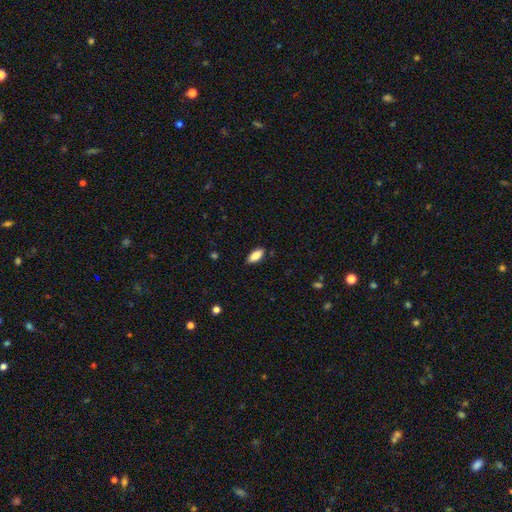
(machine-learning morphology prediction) Smooth or featured?
  - smooth: 86% *
  - featured or disk: 7%
  - star or artifact: 7%
How rounded?
  - in between: 84% *
  - cigar-shaped: 14%
  - round: 2%
Merging?
  - none: 85% *
  - minor disturbance: 12%
  - major disturbance: 2%
  - merger: 1%